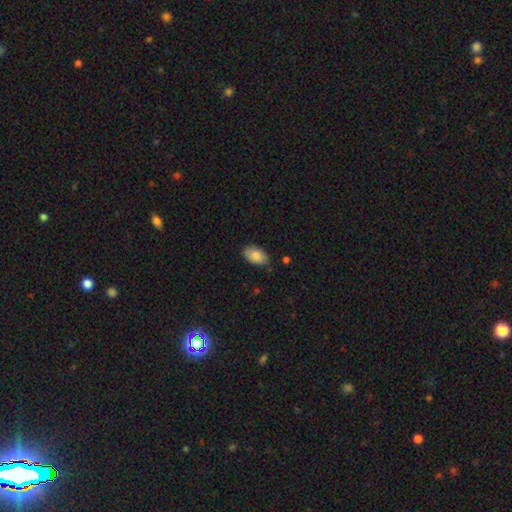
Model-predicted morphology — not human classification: type=smooth (86%); roundness=in between (93%); merging=none (80%).